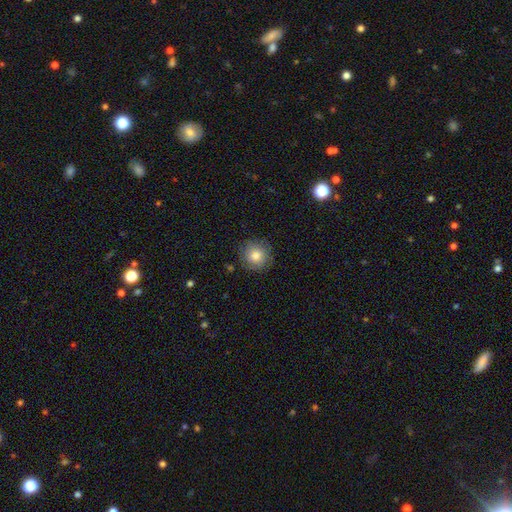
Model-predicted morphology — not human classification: Overall: smooth (81%). How rounded: round (93%). Merging: none (85%).